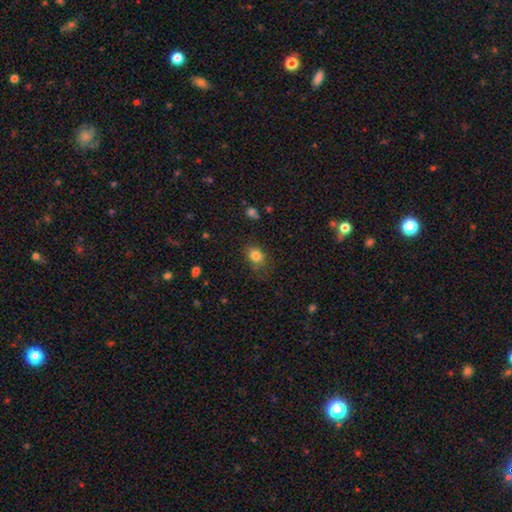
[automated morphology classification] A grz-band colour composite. It shows a smooth galaxy with no disk features (83%) that is in between round and cigar-shaped (57%). Merging: none (69%).